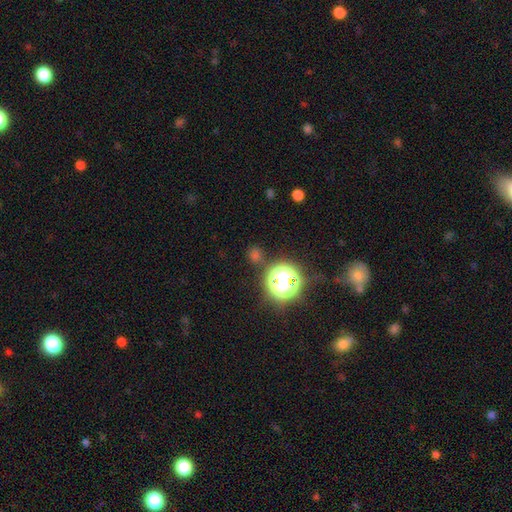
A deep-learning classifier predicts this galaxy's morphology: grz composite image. It shows a star or artifact, not a galaxy (49%).